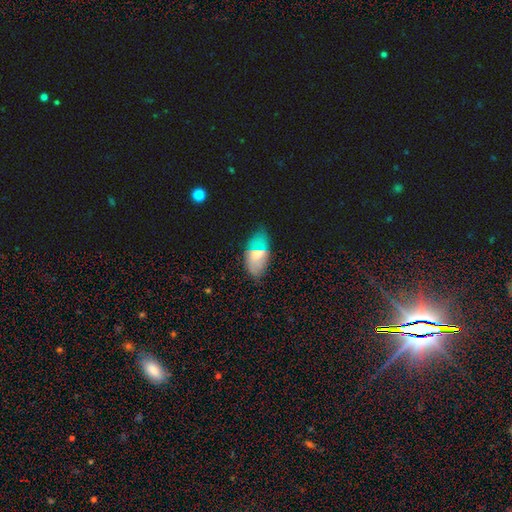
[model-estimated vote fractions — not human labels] smooth 62%, featured or disk 23%, star or artifact 15%. Down the decision tree: how rounded — in between (91%); merging — none (74%).